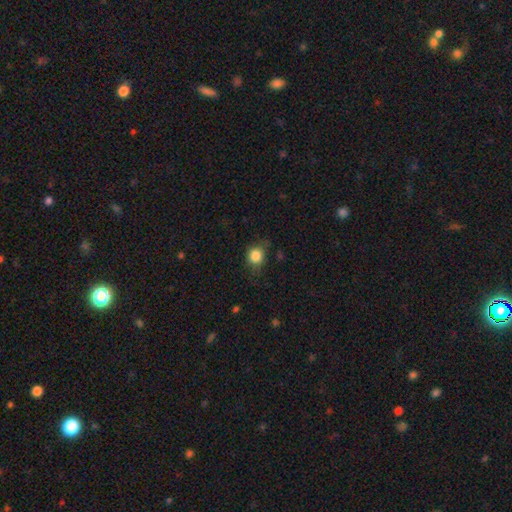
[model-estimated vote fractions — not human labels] Smooth or featured: smooth — 83% (star or artifact — 10%)
How rounded: round — 75% (in between — 24%)
Merging: none — 64% (minor disturbance — 26%)